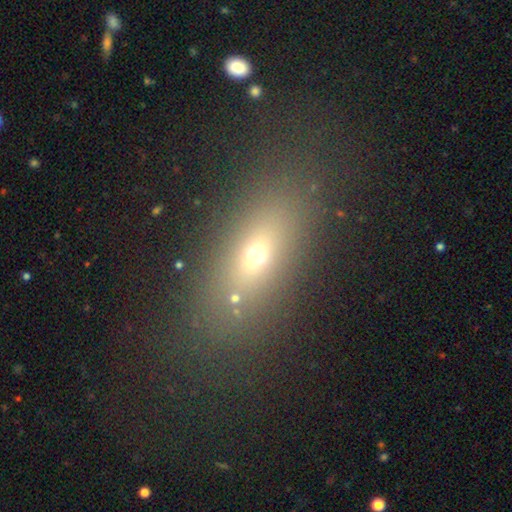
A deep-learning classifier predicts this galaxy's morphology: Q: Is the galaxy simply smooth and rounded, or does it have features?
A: smooth — 60%.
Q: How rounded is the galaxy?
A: in between — 68%.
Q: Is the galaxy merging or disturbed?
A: none — 77%.